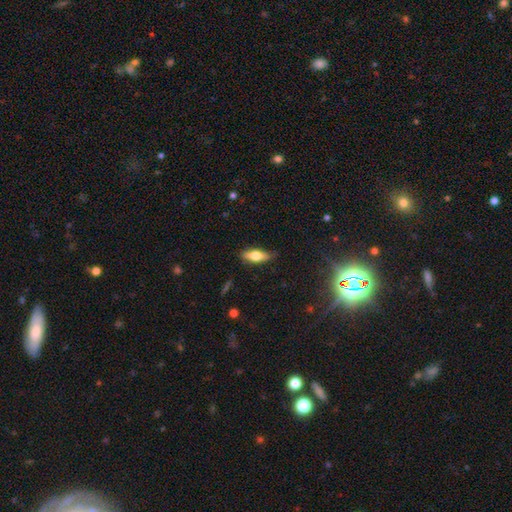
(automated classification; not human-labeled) This appears to be a smooth galaxy with no disk features (62%) that is in between round and cigar-shaped (60%). Merging: none (80%).